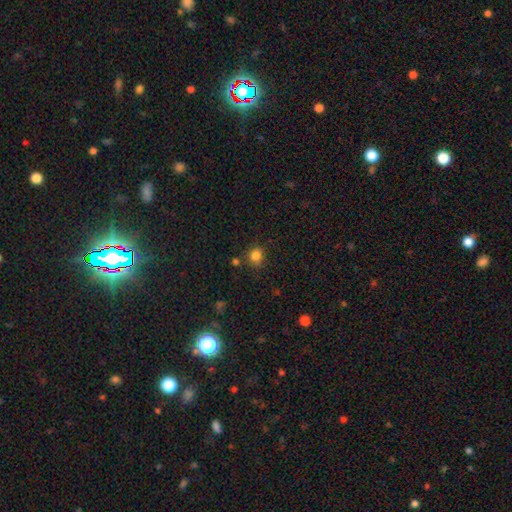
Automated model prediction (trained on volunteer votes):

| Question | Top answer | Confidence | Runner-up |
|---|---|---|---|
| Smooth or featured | smooth | 82% | star or artifact (13%) |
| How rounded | round | 87% | in between (12%) |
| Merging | none | 79% | minor disturbance (12%) |